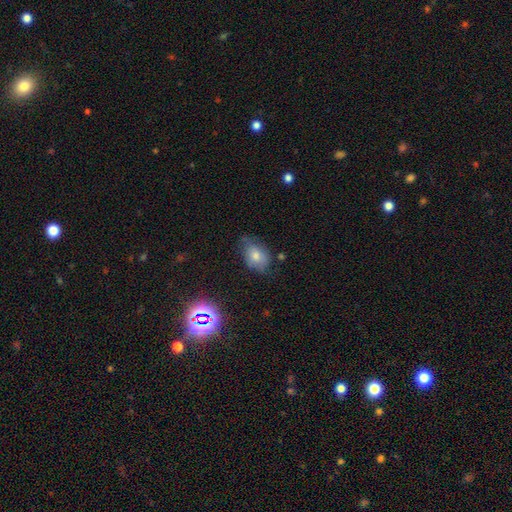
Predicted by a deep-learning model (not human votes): A smooth galaxy with no disk features (63%) that is in between round and cigar-shaped (78%).

Vote fractions:
- Smooth or featured? smooth: 63% / featured or disk: 21% / star or artifact: 17%
- How rounded? in between: 78% / round: 20% / cigar-shaped: 2%
- Merging? none: 60% / minor disturbance: 30% / major disturbance: 8% / merger: 2%